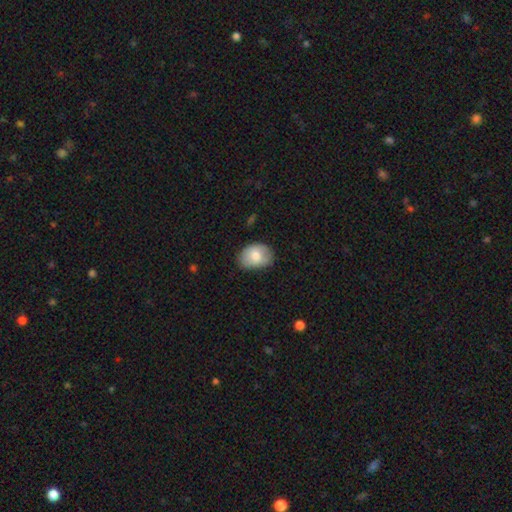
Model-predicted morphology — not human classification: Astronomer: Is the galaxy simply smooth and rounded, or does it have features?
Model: smooth — 76%.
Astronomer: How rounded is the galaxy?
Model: in between — 72%.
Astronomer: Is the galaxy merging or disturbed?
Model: none — 70%.